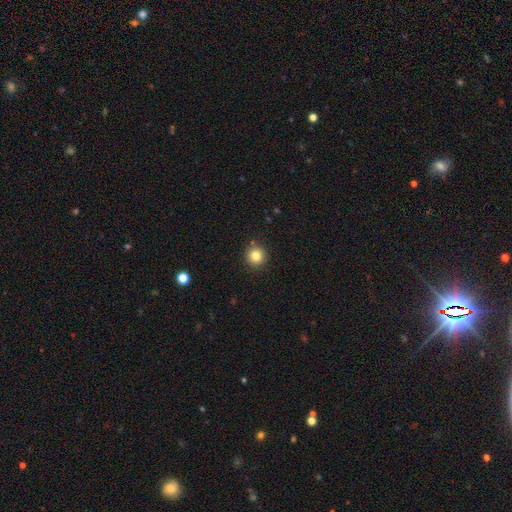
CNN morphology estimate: Smooth or featured? Predicted: smooth (p=0.82). How rounded? Predicted: round (p=0.94). Merging? Predicted: none (p=0.90).